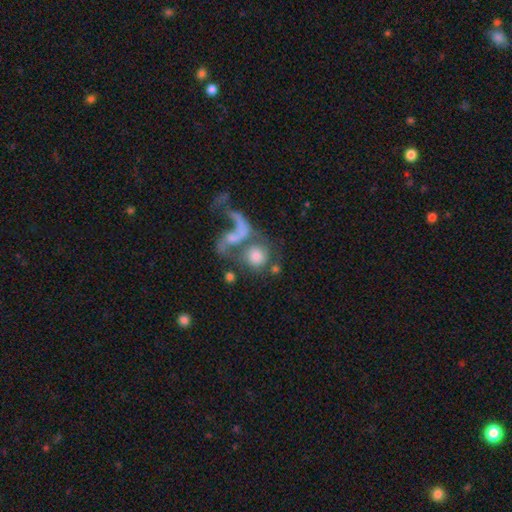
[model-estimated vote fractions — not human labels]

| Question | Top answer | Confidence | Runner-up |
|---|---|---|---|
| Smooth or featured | smooth | 52% | featured or disk (37%) |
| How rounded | round | 81% | in between (17%) |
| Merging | merger | 44% | none (29%) |